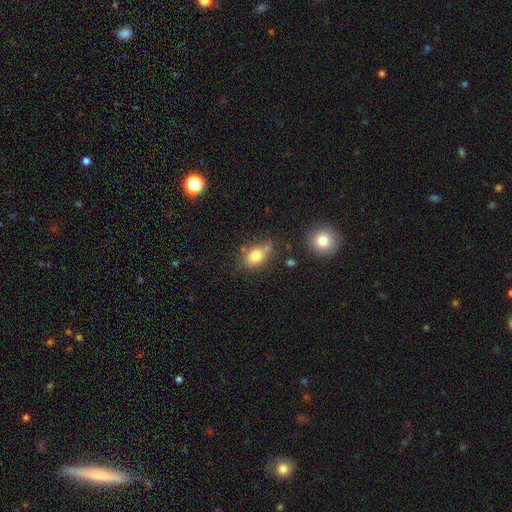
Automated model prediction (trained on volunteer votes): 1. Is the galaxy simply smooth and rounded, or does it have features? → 79% smooth, 11% featured or disk, 10% star or artifact.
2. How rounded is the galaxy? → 69% in between, 28% round, 2% cigar-shaped.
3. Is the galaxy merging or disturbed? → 57% none, 24% minor disturbance, 12% merger, 7% major disturbance.